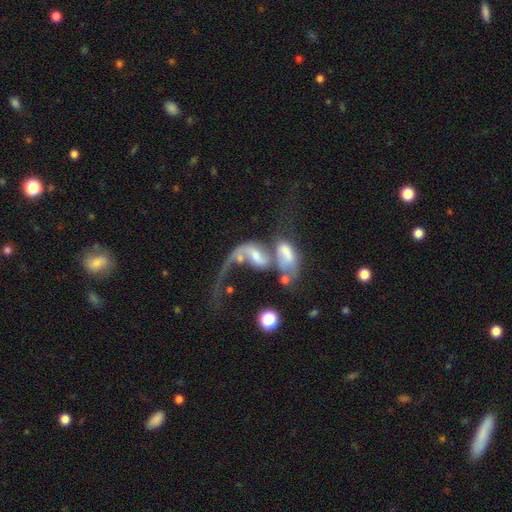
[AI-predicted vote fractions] The model was most divided on "bulge size": moderate: 38%, small: 29%, none: 19%, large: 12%, dominant: 3%. Remaining: edge-on disk — no (95%); spiral arms — yes (71%); smooth or featured — featured or disk (65%); merging — merger (64%); bar — no (46%).